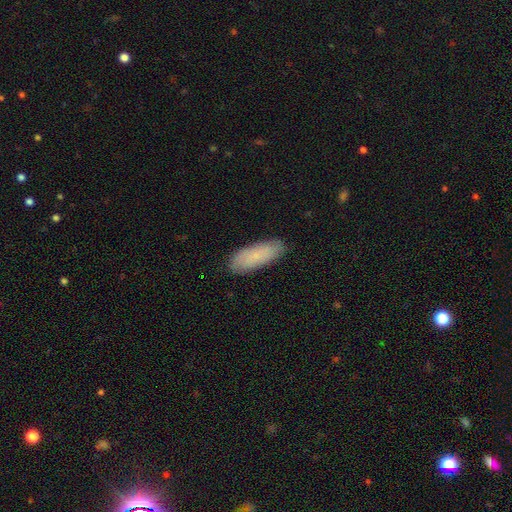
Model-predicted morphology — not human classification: Q: Smooth or featured?
A: smooth (73%); runner-up: featured or disk (20%)
Q: How rounded?
A: in between (63%); runner-up: cigar-shaped (35%)
Q: Merging?
A: none (86%); runner-up: minor disturbance (11%)